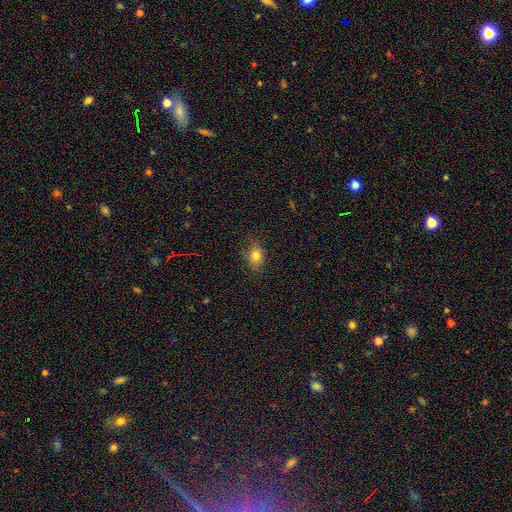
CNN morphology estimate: smooth 79%, star or artifact 12%, featured or disk 9%. Down the decision tree: how rounded — in between (63%); merging — none (76%).